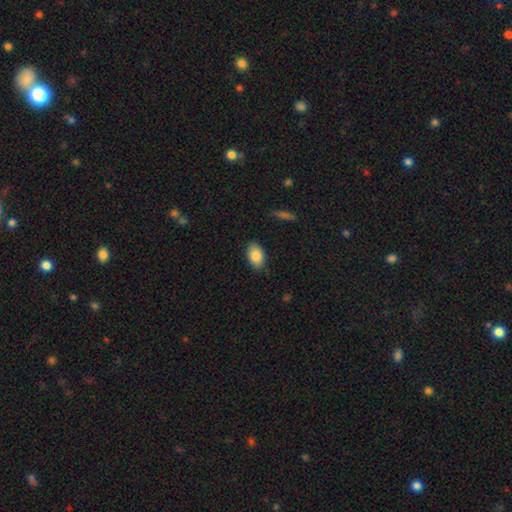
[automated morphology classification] The model was most divided on "merging": none: 83%, minor disturbance: 13%, major disturbance: 2%, merger: 1%. More confident: how rounded — in between (89%); smooth or featured — smooth (85%).